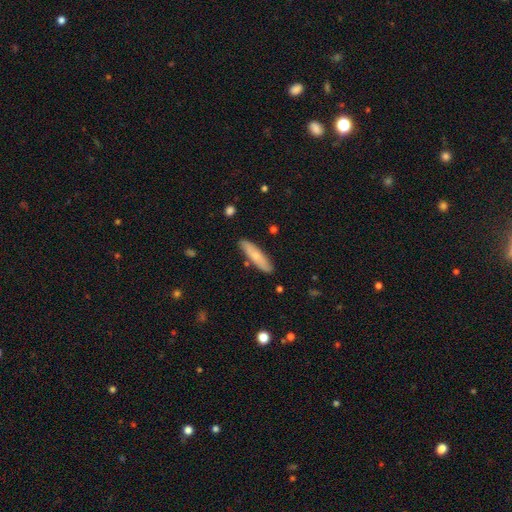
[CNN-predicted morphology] Smooth or featured?
  - smooth: 69% *
  - featured or disk: 25%
  - star or artifact: 6%
How rounded?
  - cigar-shaped: 73% *
  - in between: 25%
  - round: 2%
Merging?
  - none: 86% *
  - minor disturbance: 10%
  - merger: 2%
  - major disturbance: 2%